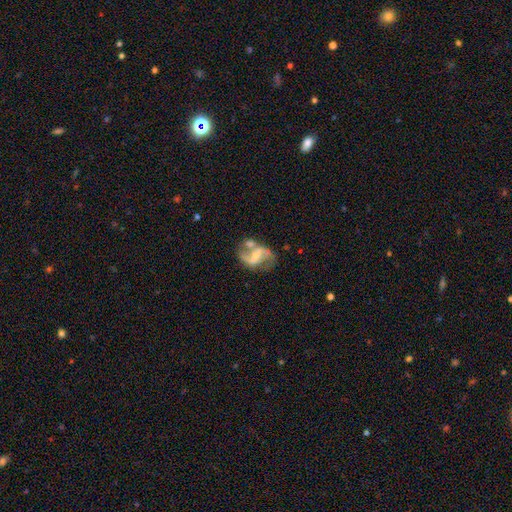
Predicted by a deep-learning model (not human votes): featured or disk 83%, smooth 11%, star or artifact 6%. Down the decision tree: edge-on disk — no (98%); bar — weak (44%); spiral arms — yes (92%); spiral arm count — 2 (91%); spiral winding — loose (52%); bulge size — small (52%); merging — none (50%).